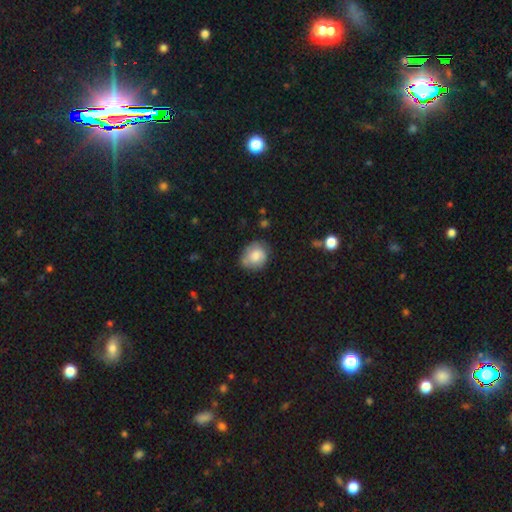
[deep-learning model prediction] Morphology: type=smooth (68%); roundness=round (70%); merging=none (63%).